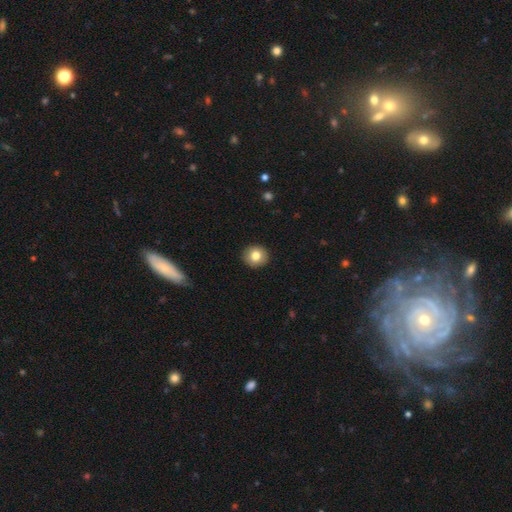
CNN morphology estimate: A smooth galaxy with no disk features (80%) that is round (87%). Merging: none (92%).